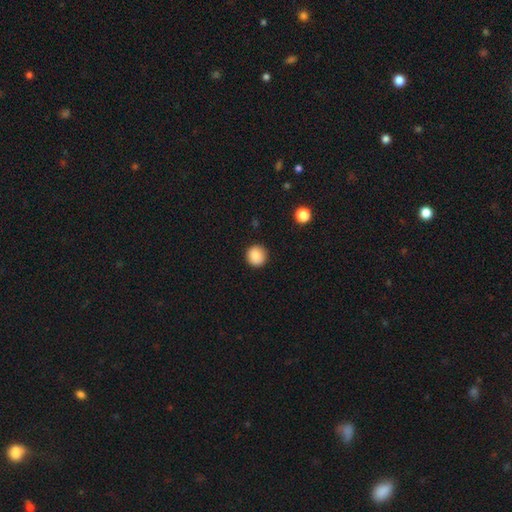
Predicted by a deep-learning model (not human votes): Smooth or featured? smooth (87%)
How rounded? round (94%)
Merging? none (90%)